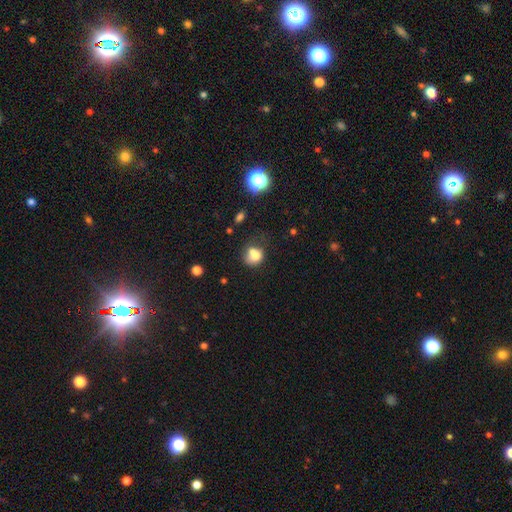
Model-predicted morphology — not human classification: The model was most divided on "merging": merger: 42%, none: 32%, minor disturbance: 16%, major disturbance: 10%. More confident: smooth or featured — smooth (70%); how rounded — round (61%).